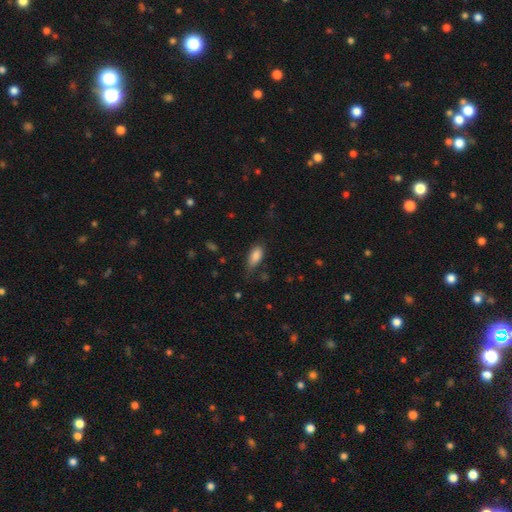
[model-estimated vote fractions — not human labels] smooth_or_featured: smooth (p=0.84) [alt: featured or disk p=0.08]
how_rounded: in between (p=0.87) [alt: cigar-shaped p=0.10]
merging: none (p=0.58) [alt: minor disturbance p=0.30]